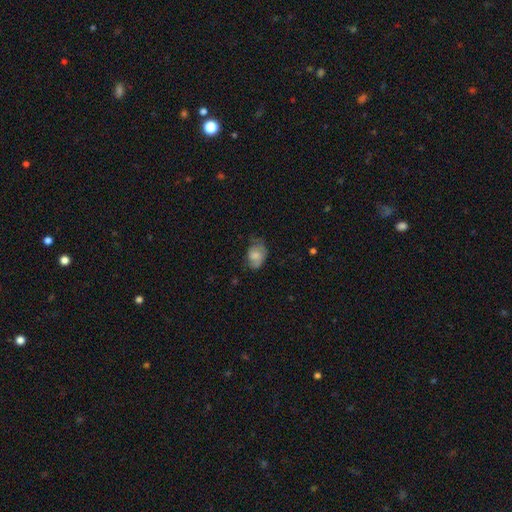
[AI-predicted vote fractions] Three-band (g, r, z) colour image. It shows a smooth galaxy with no disk features (66%) that is in between round and cigar-shaped (76%). Merging: none (48%).